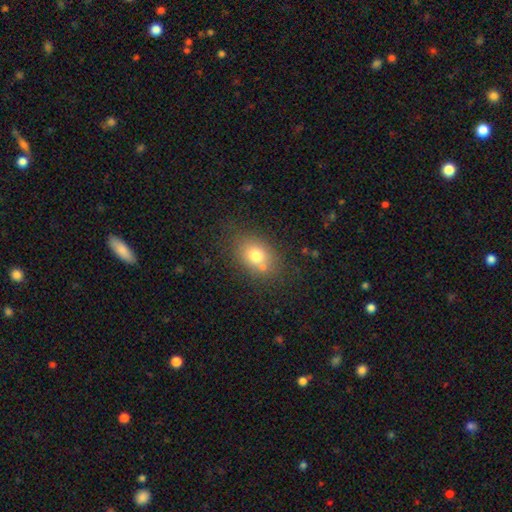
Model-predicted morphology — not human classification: Smooth or featured: smooth — 75% (featured or disk — 14%)
How rounded: in between — 62% (round — 36%)
Merging: none — 66% (minor disturbance — 15%)